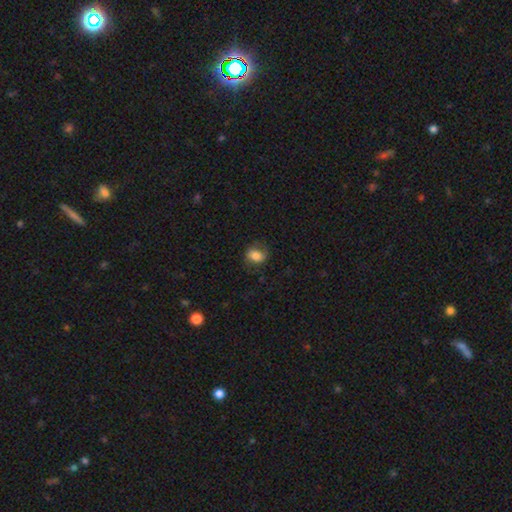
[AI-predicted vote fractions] A smooth galaxy with no disk features (75%) that is in between round and cigar-shaped (59%).

Vote fractions:
- Smooth or featured? smooth: 75% / featured or disk: 17% / star or artifact: 9%
- How rounded? in between: 59% / round: 39% / cigar-shaped: 1%
- Merging? none: 70% / minor disturbance: 20% / major disturbance: 9% / merger: 1%